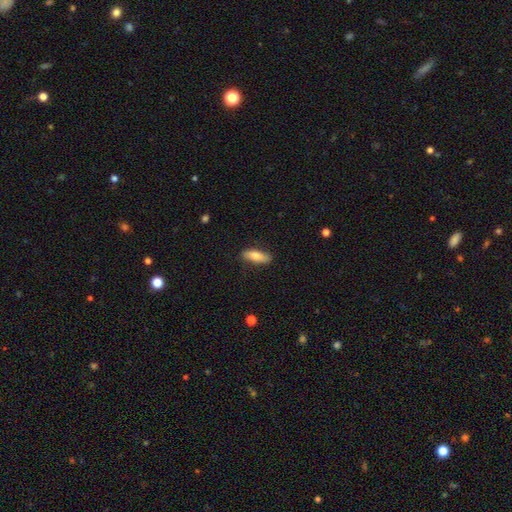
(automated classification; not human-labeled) A smooth galaxy with no disk features (78%) that is in between round and cigar-shaped (60%). Merging: none (85%).